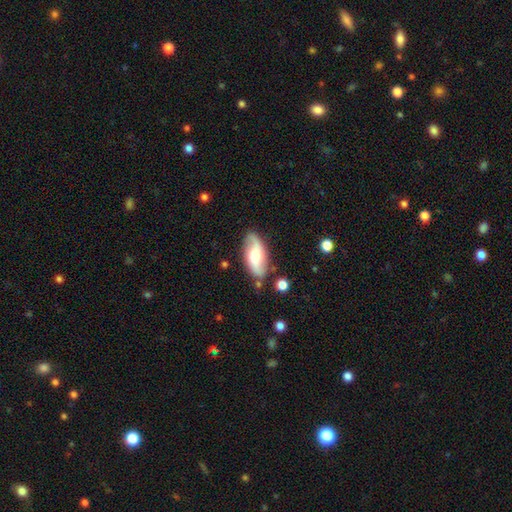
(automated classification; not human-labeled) A featured or disk galaxy (54%).

Vote fractions:
- Smooth or featured? featured or disk: 54% / smooth: 40% / star or artifact: 6%
- Edge-on disk? no: 89% / yes: 11%
- Merging? none: 78% / minor disturbance: 15% / major disturbance: 4% / merger: 3%